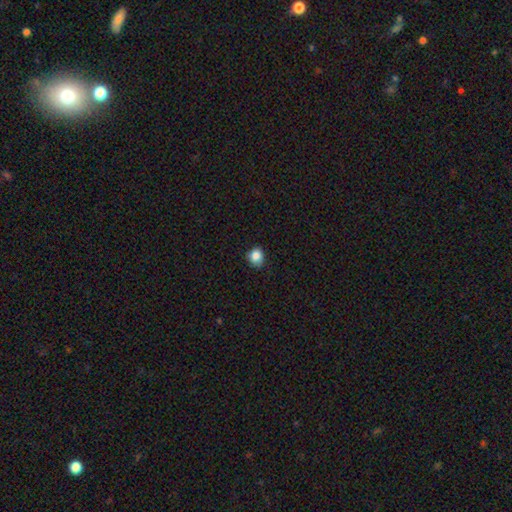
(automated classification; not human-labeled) Smooth or featured? Predicted: smooth (p=0.85). How rounded? Predicted: round (p=0.80). Merging? Predicted: none (p=0.78).